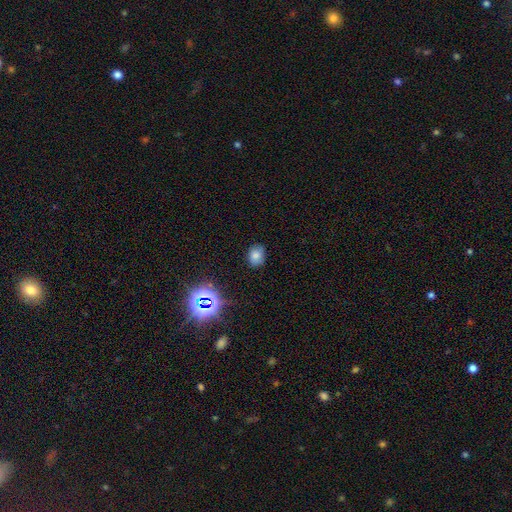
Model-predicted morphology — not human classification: This appears to be a smooth galaxy with no disk features (74%) that is in between round and cigar-shaped (58%). Merging: none (79%).